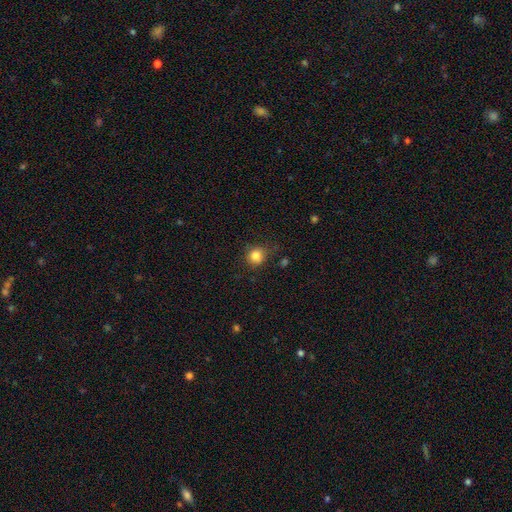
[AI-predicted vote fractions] Q: Smooth or featured?
A: smooth (83%); runner-up: star or artifact (11%)
Q: How rounded?
A: round (85%); runner-up: in between (14%)
Q: Merging?
A: none (74%); runner-up: minor disturbance (18%)